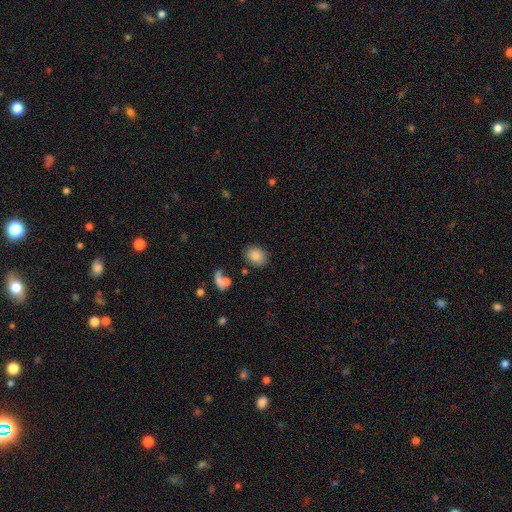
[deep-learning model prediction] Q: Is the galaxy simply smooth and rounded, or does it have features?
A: smooth — 84%.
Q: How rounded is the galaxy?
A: in between — 57%.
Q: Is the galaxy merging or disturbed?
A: none — 79%.